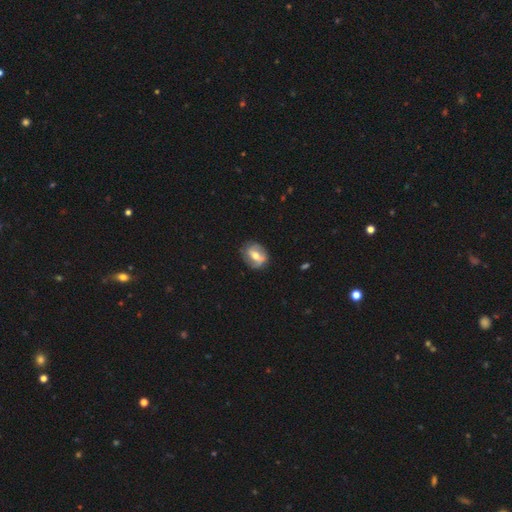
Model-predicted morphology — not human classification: Smooth or featured?
  - featured or disk: 57% *
  - smooth: 36%
  - star or artifact: 7%
Edge-on disk?
  - no: 94% *
  - yes: 6%
Bar?
  - weak: 40% *
  - strong: 38%
  - no: 23%
Spiral arms?
  - yes: 60% *
  - no: 40%
Bulge size?
  - moderate: 71% *
  - small: 19%
  - large: 8%
  - none: 1%
  - dominant: 1%
Merging?
  - none: 76% *
  - minor disturbance: 17%
  - major disturbance: 5%
  - merger: 1%